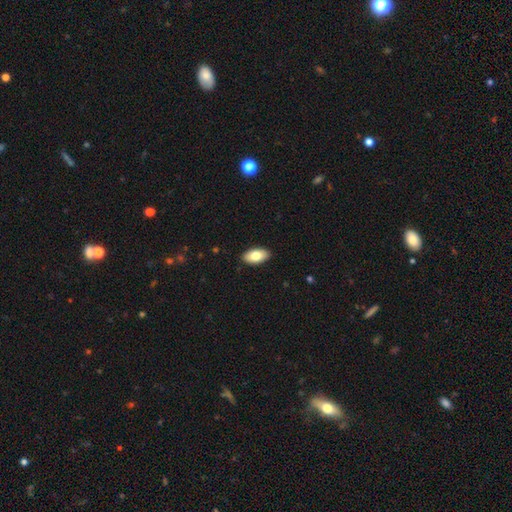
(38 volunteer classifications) Q: Smooth or featured?
A: smooth (95%); runner-up: featured or disk (3%)
Q: How rounded?
A: in between (94%); runner-up: round (6%)
Q: Merging?
A: none (97%); runner-up: major disturbance (3%)